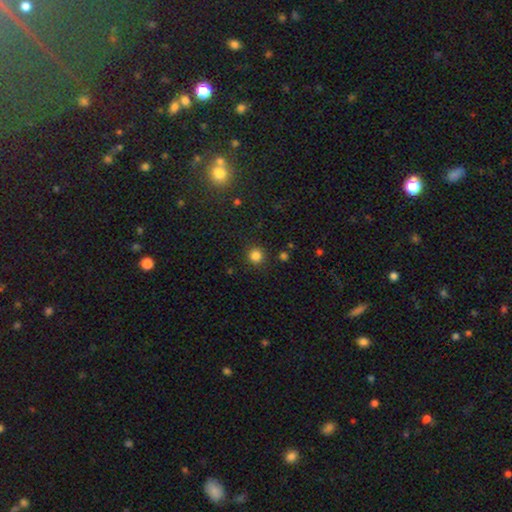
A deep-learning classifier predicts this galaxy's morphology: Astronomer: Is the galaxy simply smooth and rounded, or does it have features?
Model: smooth — 84%.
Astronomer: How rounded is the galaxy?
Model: round — 92%.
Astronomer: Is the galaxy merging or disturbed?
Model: none — 90%.